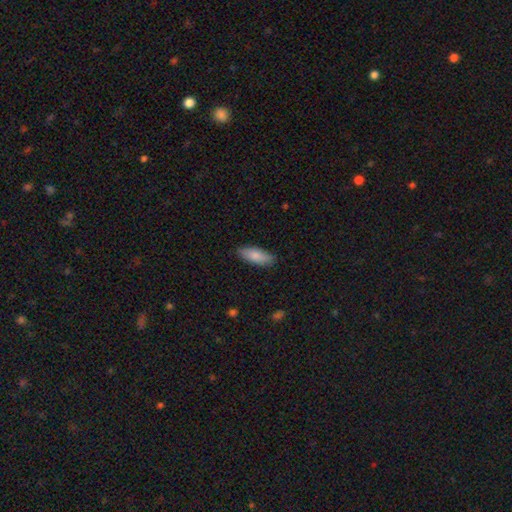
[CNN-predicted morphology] Smooth or featured: smooth — 84% (featured or disk — 10%)
How rounded: in between — 71% (cigar-shaped — 27%)
Merging: none — 85% (minor disturbance — 12%)